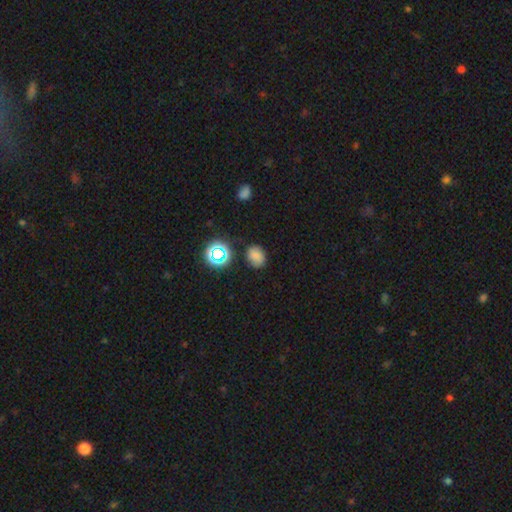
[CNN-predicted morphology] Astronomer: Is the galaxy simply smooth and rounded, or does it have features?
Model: smooth — 71%.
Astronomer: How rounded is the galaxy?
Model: in between — 53% (runner-up: round, 46%).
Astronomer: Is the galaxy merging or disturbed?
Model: none — 76%.